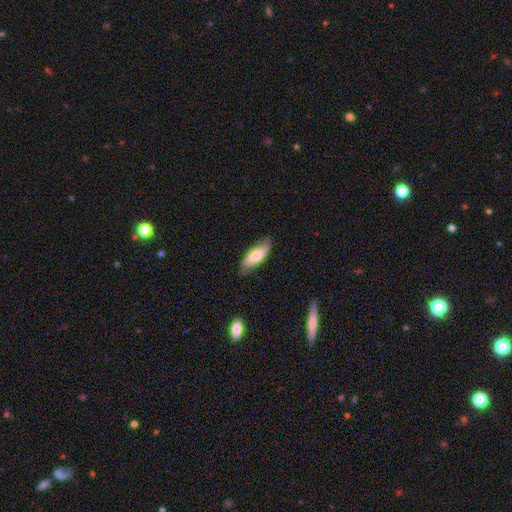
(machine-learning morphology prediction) A smooth galaxy with no disk features (64%) that is in between round and cigar-shaped (63%). Merging: none (78%).